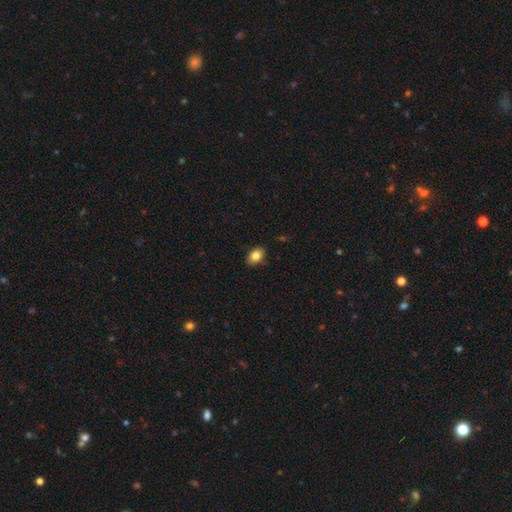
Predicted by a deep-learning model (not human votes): The model was most divided on "how rounded": in between: 80%, round: 18%, cigar-shaped: 1%. More confident: merging — none (86%); smooth or featured — smooth (83%).